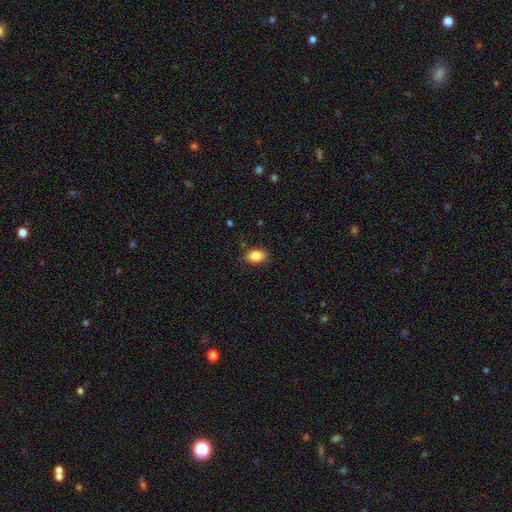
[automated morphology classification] smooth-or-featured: smooth: 87% | star or artifact: 8% | featured or disk: 5%
  how-rounded: in between: 83% | round: 15% | cigar-shaped: 1%
  merging: none: 83% | minor disturbance: 13% | major disturbance: 3% | merger: 1%